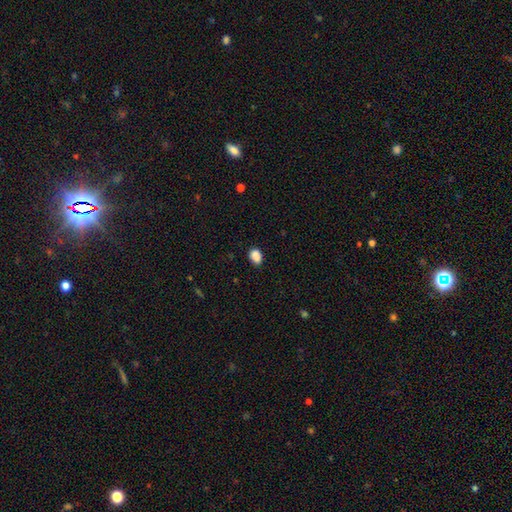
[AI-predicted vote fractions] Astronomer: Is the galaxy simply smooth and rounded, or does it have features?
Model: smooth — 87%.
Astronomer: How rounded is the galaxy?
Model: in between — 77%.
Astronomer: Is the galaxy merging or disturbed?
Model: none — 78%.